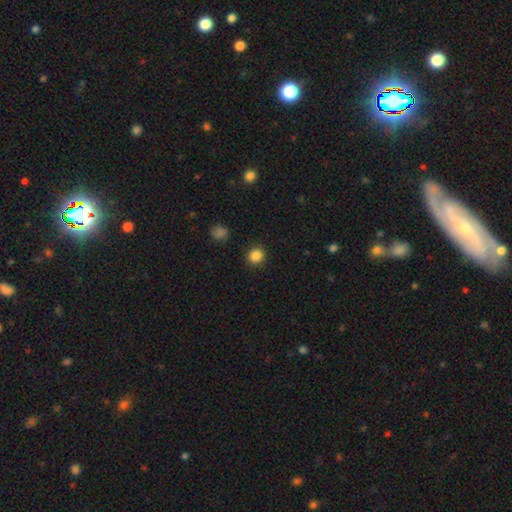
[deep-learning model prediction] A smooth galaxy with no disk features (86%) that is round (89%). Merging: none (91%).